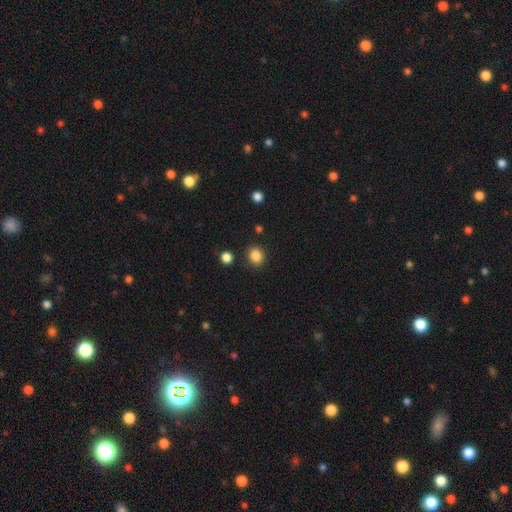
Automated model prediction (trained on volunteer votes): smooth_or_featured: smooth (p=0.86) [alt: star or artifact p=0.10]
how_rounded: round (p=0.67) [alt: in between p=0.32]
merging: none (p=0.86) [alt: minor disturbance p=0.09]